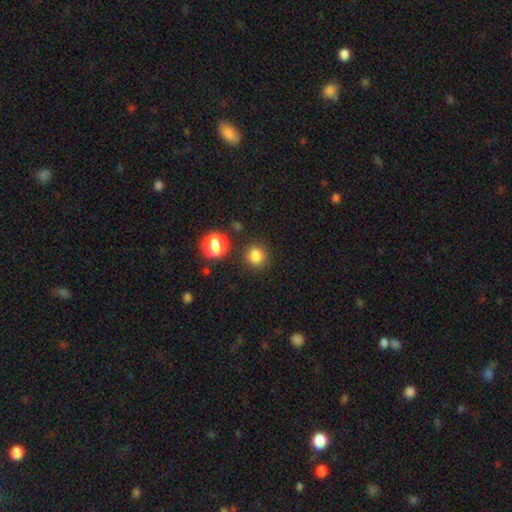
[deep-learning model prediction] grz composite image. It shows a smooth galaxy with no disk features (82%) that is round (93%). Merging: none (86%).